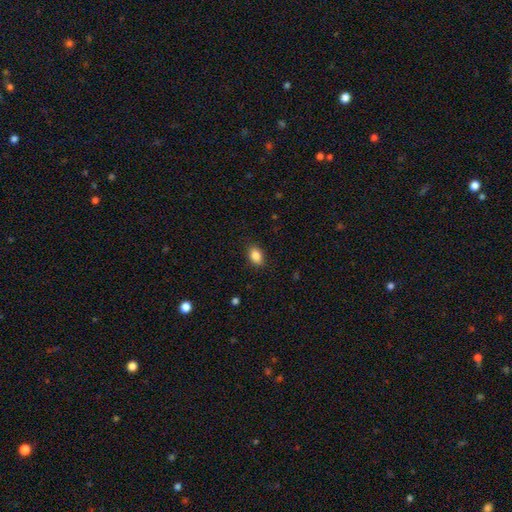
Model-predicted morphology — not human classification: Smooth or featured? smooth (87%)
How rounded? in between (85%)
Merging? none (87%)